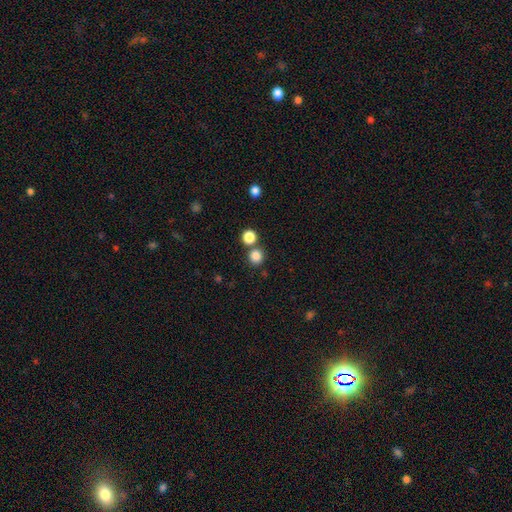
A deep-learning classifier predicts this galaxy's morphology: Smooth or featured?
  - smooth: 83% *
  - star or artifact: 13%
  - featured or disk: 4%
How rounded?
  - round: 92% *
  - in between: 7%
  - cigar-shaped: 1%
Merging?
  - none: 75% *
  - merger: 16%
  - minor disturbance: 6%
  - major disturbance: 3%